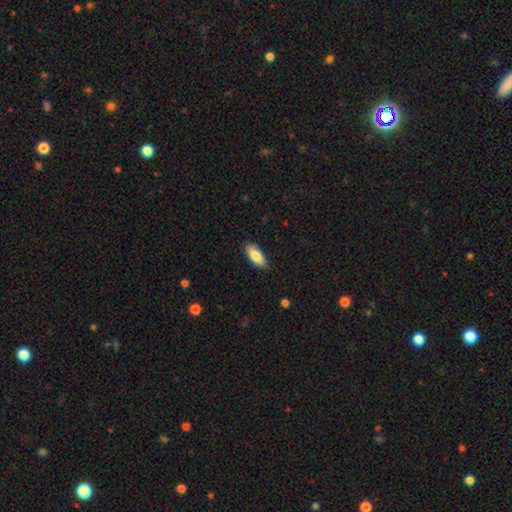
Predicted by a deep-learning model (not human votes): Smooth or featured? Predicted: smooth (p=0.81). How rounded? Predicted: in between (p=0.79). Merging? Predicted: none (p=0.82).